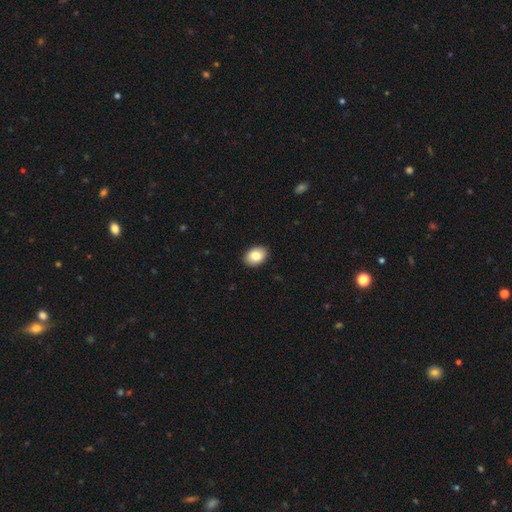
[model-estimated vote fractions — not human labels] Smooth or featured?
  - smooth: 84% *
  - featured or disk: 8%
  - star or artifact: 7%
How rounded?
  - in between: 77% *
  - round: 22%
  - cigar-shaped: 1%
Merging?
  - none: 90% *
  - minor disturbance: 7%
  - major disturbance: 2%
  - merger: 1%